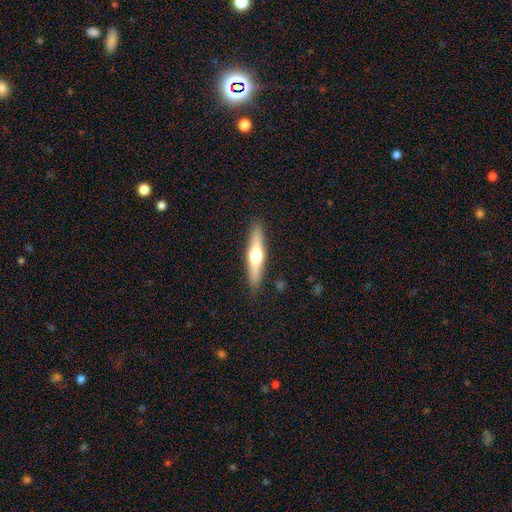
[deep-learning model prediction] Q: Smooth or featured?
A: featured or disk (51%); runner-up: smooth (43%)
Q: Edge-on disk?
A: yes (93%); runner-up: no (7%)
Q: Merging?
A: none (88%); runner-up: minor disturbance (9%)